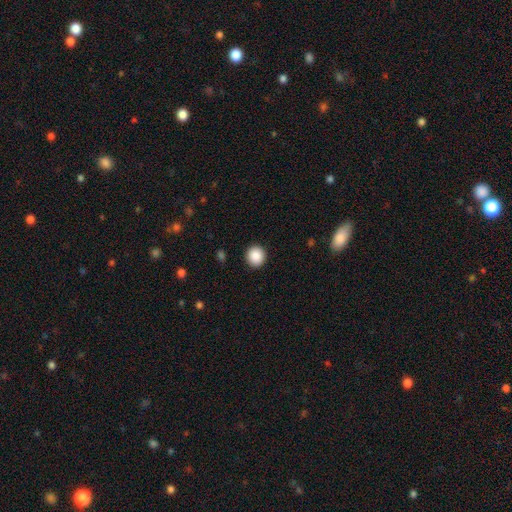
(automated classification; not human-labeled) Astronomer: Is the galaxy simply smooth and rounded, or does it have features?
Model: smooth — 89%.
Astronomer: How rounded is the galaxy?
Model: round — 91%.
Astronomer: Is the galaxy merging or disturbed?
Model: none — 92%.